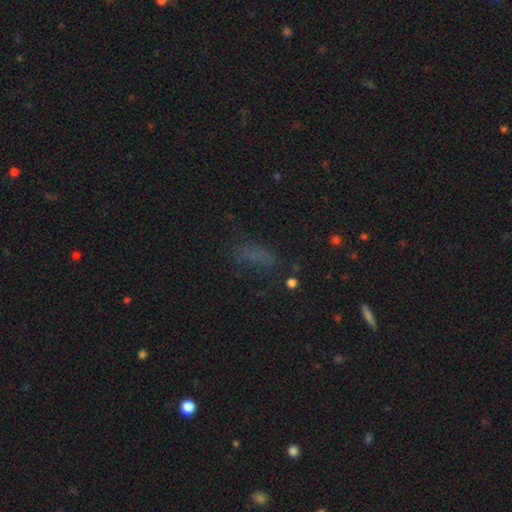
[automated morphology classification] smooth_or_featured: smooth (p=0.61) [alt: star or artifact p=0.27]
how_rounded: in between (p=0.68) [alt: cigar-shaped p=0.25]
merging: none (p=0.62) [alt: minor disturbance p=0.20]